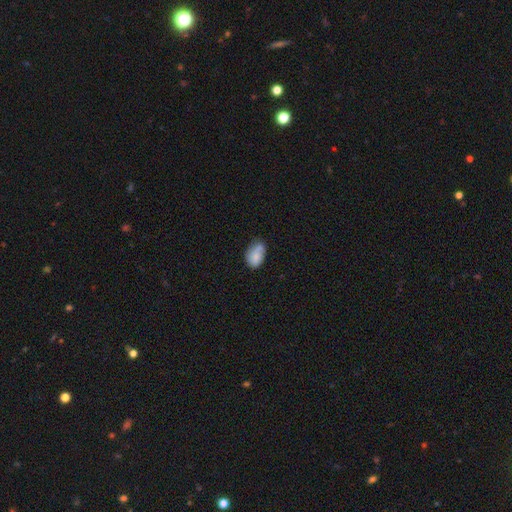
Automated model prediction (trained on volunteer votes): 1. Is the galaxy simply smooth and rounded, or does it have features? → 76% smooth, 16% featured or disk, 8% star or artifact.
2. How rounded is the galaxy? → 85% in between, 14% round, 1% cigar-shaped.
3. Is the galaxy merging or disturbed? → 47% none, 31% minor disturbance, 13% merger, 9% major disturbance.